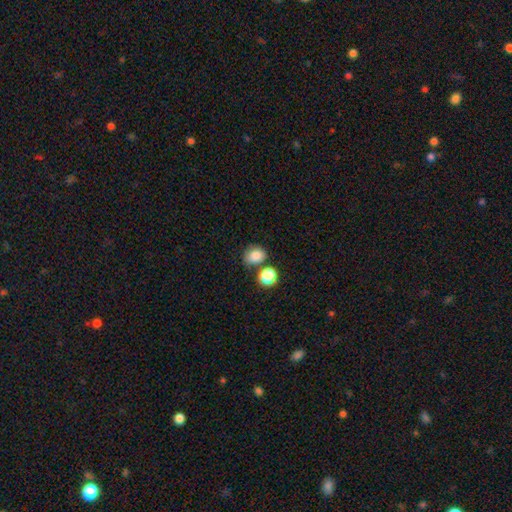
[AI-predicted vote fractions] smooth_or_featured: smooth (p=0.83) [alt: star or artifact p=0.11]
how_rounded: round (p=0.60) [alt: in between p=0.39]
merging: none (p=0.64) [alt: merger p=0.17]